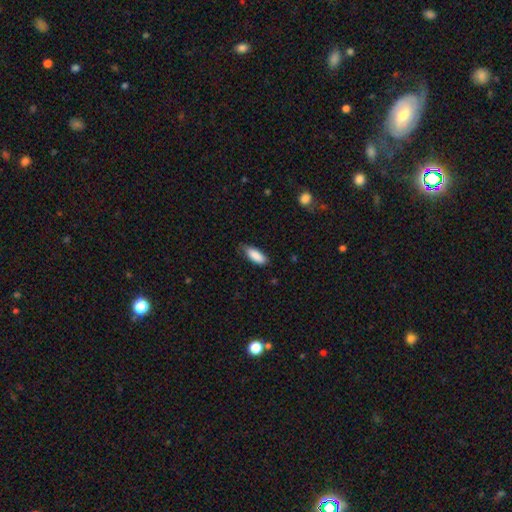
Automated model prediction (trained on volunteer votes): This is clearly a smooth galaxy (88%). How rounded: likely in between (75%). Merging: likely none (69%).